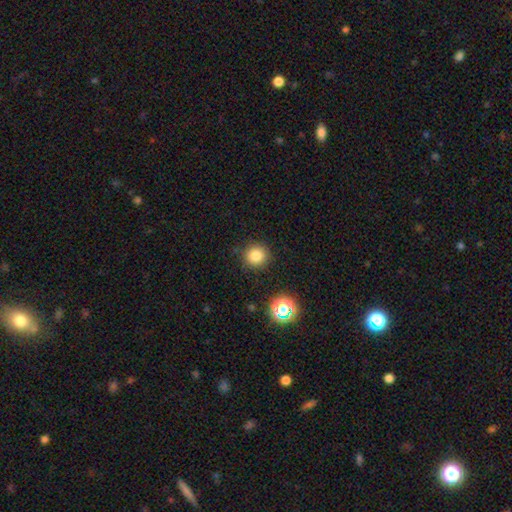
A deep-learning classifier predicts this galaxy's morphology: The model was most divided on "smooth or featured": smooth: 81%, star or artifact: 14%, featured or disk: 6%. More confident: how rounded — round (93%); merging — none (89%).